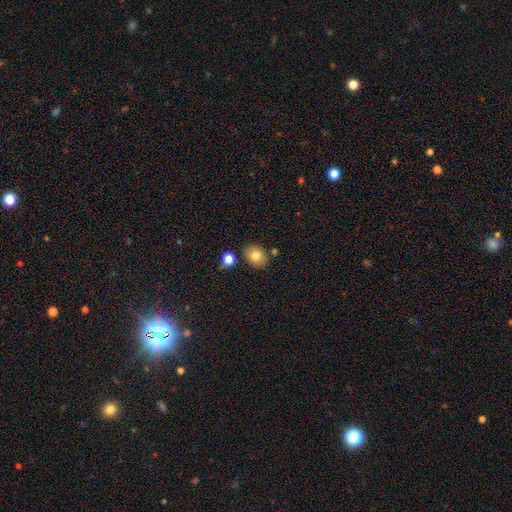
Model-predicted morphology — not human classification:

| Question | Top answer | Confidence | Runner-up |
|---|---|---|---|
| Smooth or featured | smooth | 78% | featured or disk (12%) |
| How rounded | in between | 52% | round (47%) |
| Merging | none | 81% | minor disturbance (10%) |